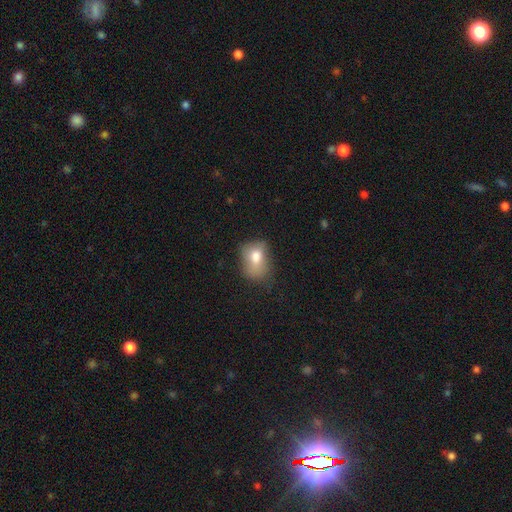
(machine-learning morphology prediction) smooth 72%, featured or disk 17%, star or artifact 11%. Down the decision tree: how rounded — in between (69%); merging — none (36%).